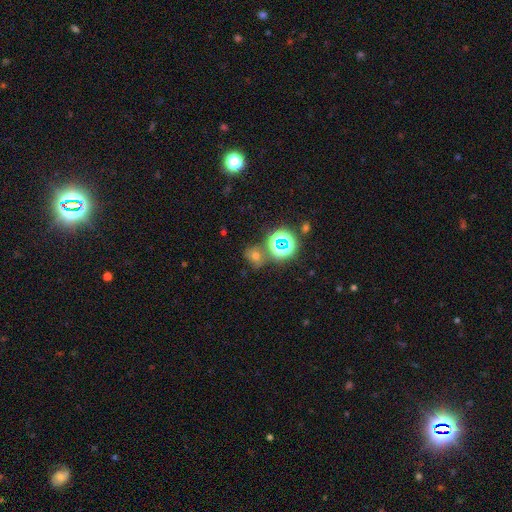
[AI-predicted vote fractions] This is possibly a smooth galaxy (50%). Merging: likely none (69%).